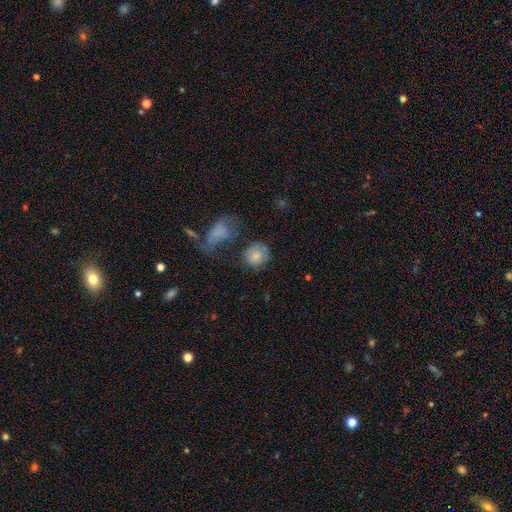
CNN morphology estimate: smooth-or-featured: smooth: 78% | featured or disk: 13% | star or artifact: 9%
  how-rounded: round: 80% | in between: 18% | cigar-shaped: 1%
  merging: none: 59% | minor disturbance: 19% | merger: 13% | major disturbance: 10%